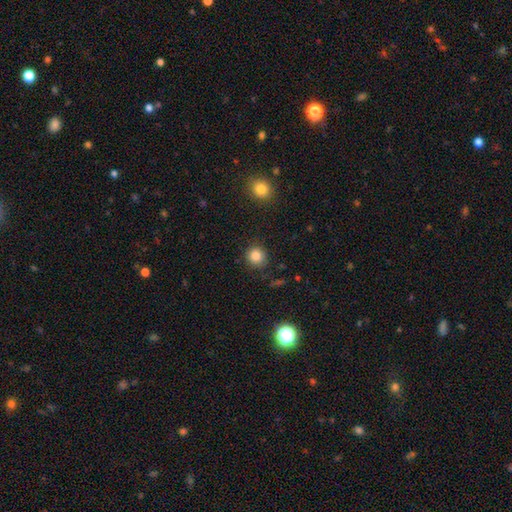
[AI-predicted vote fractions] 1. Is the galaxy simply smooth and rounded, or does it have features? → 84% smooth, 11% star or artifact, 5% featured or disk.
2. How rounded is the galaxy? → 91% round, 8% in between, 1% cigar-shaped.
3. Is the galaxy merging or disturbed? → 88% none, 8% minor disturbance, 3% major disturbance, 2% merger.